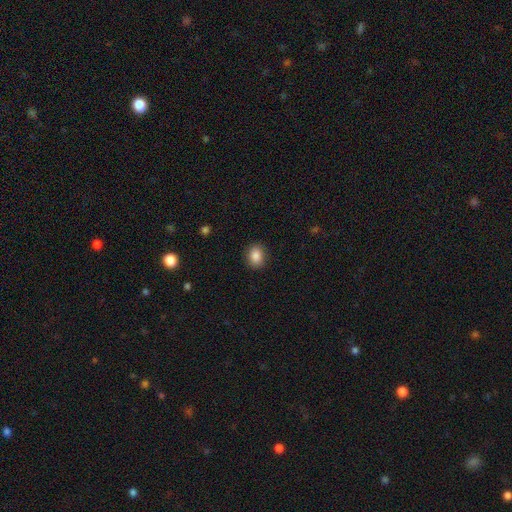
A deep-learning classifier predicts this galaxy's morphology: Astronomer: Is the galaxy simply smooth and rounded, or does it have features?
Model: smooth — 86%.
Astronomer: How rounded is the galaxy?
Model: in between — 56% (runner-up: round, 43%).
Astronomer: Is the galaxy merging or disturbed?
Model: none — 88%.